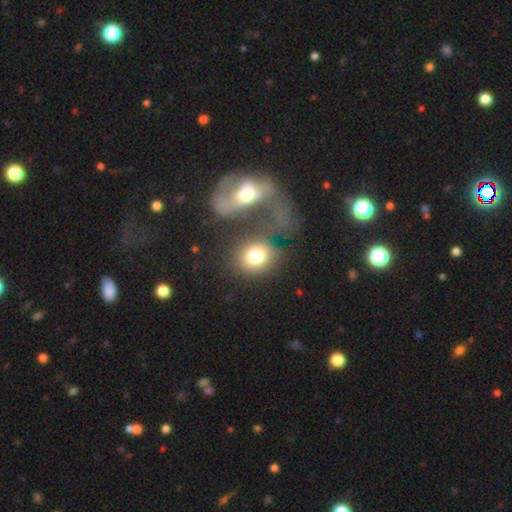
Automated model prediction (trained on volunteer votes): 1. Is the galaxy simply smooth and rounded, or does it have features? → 72% smooth, 19% featured or disk, 9% star or artifact.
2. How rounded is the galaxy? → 60% round, 39% in between, 1% cigar-shaped.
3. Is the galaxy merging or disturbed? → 43% none, 32% merger, 14% major disturbance, 11% minor disturbance.